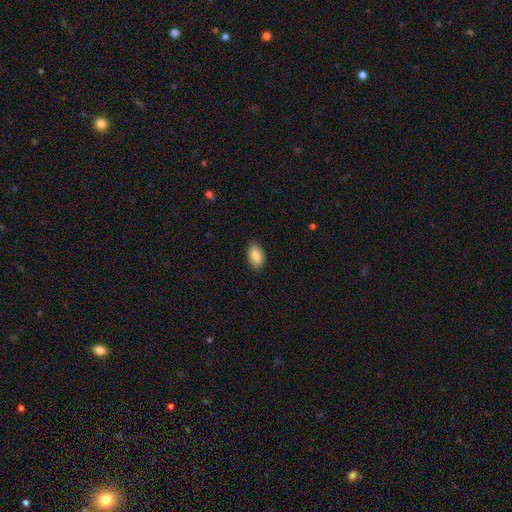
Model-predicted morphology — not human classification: Q: Smooth or featured?
A: smooth (86%); runner-up: star or artifact (7%)
Q: How rounded?
A: in between (92%); runner-up: round (7%)
Q: Merging?
A: none (86%); runner-up: minor disturbance (11%)